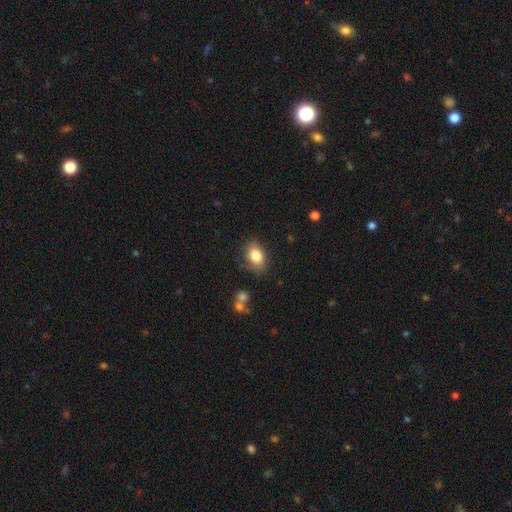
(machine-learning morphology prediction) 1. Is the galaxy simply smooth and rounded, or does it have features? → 84% smooth, 9% featured or disk, 8% star or artifact.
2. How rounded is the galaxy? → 82% in between, 16% round, 1% cigar-shaped.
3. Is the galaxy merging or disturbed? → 81% none, 14% minor disturbance, 3% major disturbance, 2% merger.